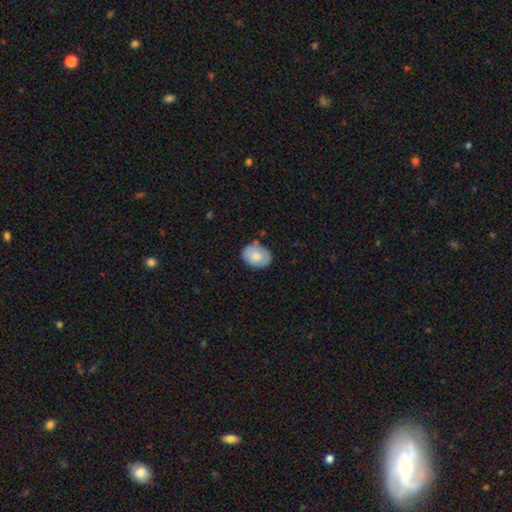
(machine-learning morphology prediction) type=smooth (75%); roundness=in between (72%); merging=none (78%).